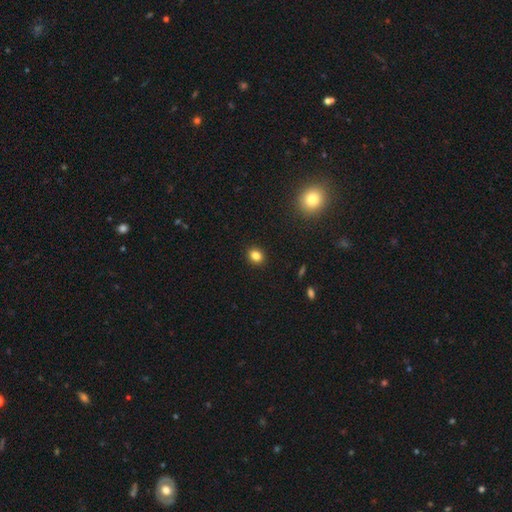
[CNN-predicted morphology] The model was most divided on "how rounded": round: 61%, in between: 38%, cigar-shaped: 1%. More confident: merging — none (91%); smooth or featured — smooth (82%).